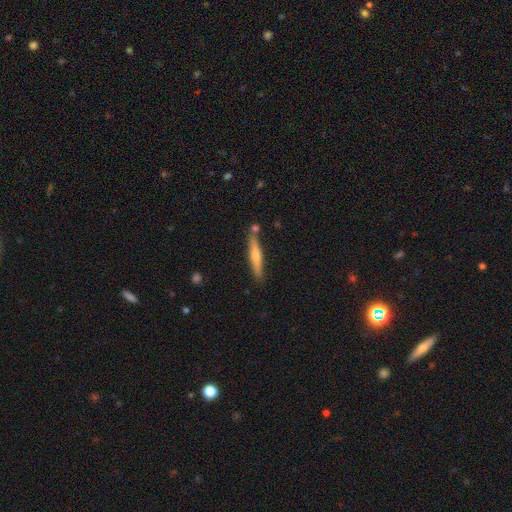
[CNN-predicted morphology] This is possibly a smooth galaxy (56%). How rounded: clearly cigar-shaped (93%). Merging: likely none (79%).